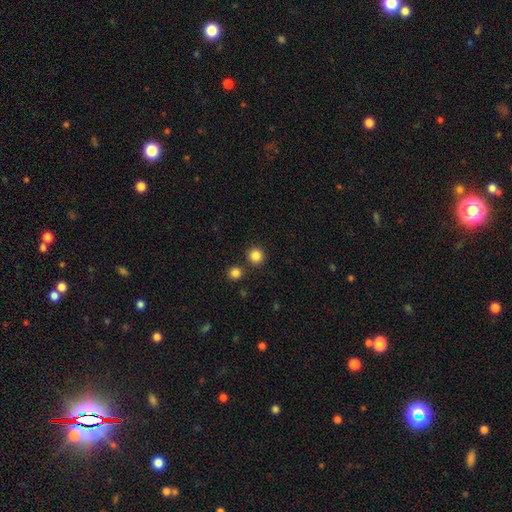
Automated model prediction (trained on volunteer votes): The model was most divided on "smooth or featured": smooth: 85%, star or artifact: 11%, featured or disk: 4%. More confident: how rounded — round (93%); merging — none (86%).